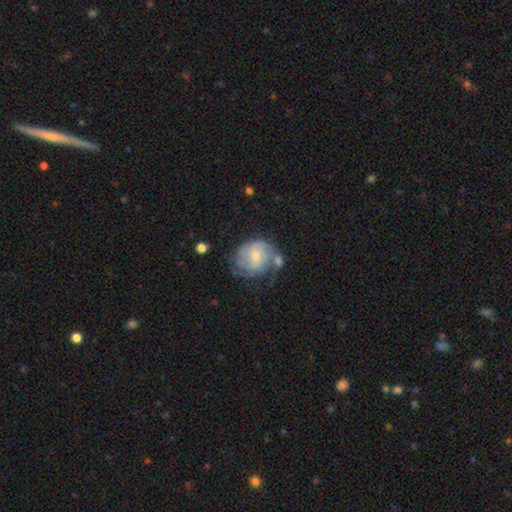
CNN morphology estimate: The model was most divided on "merging": none: 43%, minor disturbance: 24%, major disturbance: 17%, merger: 16%. Remaining: edge-on disk — no (97%); spiral arms — yes (80%); bar — no (71%); smooth or featured — featured or disk (65%); bulge size — small (61%); spiral winding — tight (56%); spiral arm count — can't tell (49%).